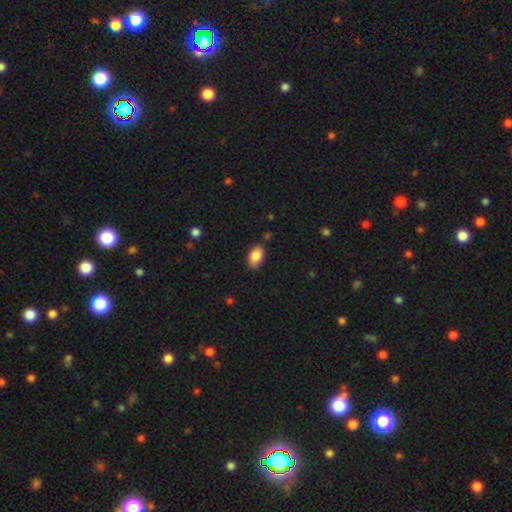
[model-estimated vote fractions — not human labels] Morphology: type=smooth (86%); roundness=in between (92%); merging=none (79%).